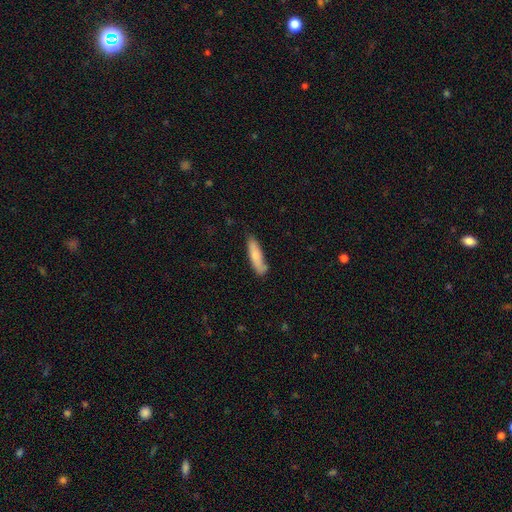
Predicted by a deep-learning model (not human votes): Morphology: type=smooth (76%); roundness=cigar-shaped (70%); merging=none (71%).